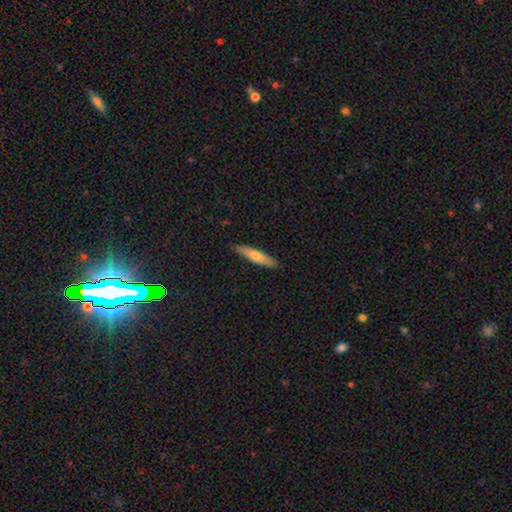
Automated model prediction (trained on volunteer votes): Smooth or featured? smooth (63%)
How rounded? cigar-shaped (80%)
Merging? none (87%)